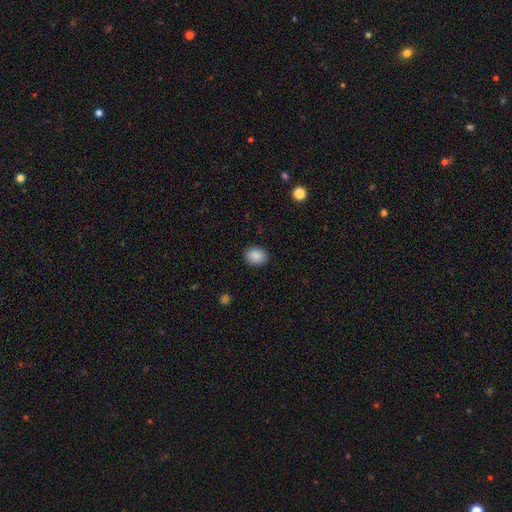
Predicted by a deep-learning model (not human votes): This appears to be a smooth galaxy with no disk features (88%) that is round (53%). Merging: none (90%).